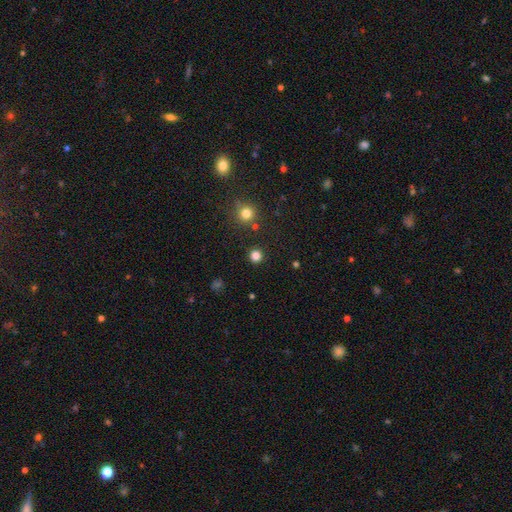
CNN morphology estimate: Smooth or featured? Predicted: smooth (p=0.80). How rounded? Predicted: round (p=0.93). Merging? Predicted: none (p=0.90).